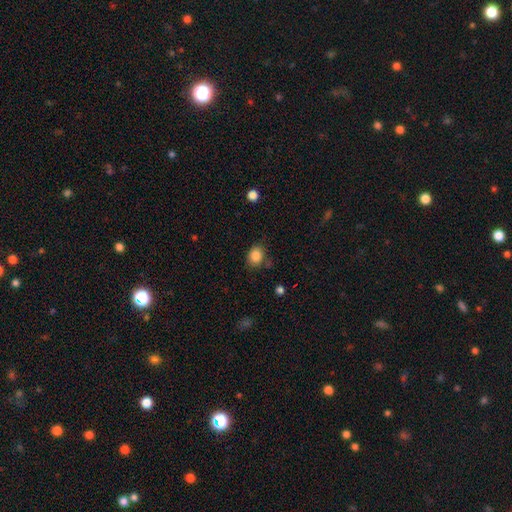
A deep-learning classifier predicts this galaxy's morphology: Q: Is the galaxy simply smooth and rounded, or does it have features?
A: smooth — 85%.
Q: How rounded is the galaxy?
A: round — 50%.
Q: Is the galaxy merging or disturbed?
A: none — 73%.